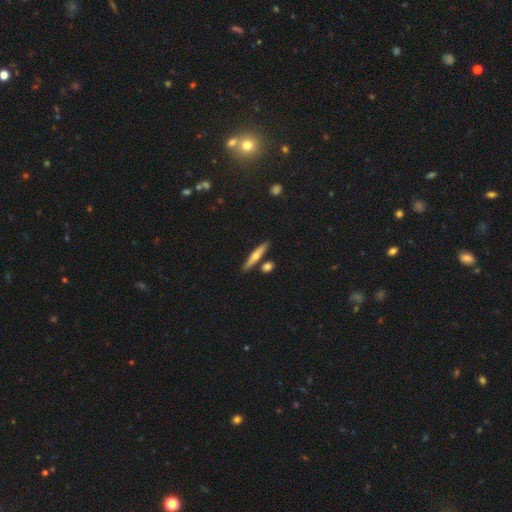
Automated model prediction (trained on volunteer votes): Smooth or featured: smooth — 50% (featured or disk — 44%)
How rounded: cigar-shaped — 88% (in between — 9%)
Merging: none — 80% (merger — 9%)